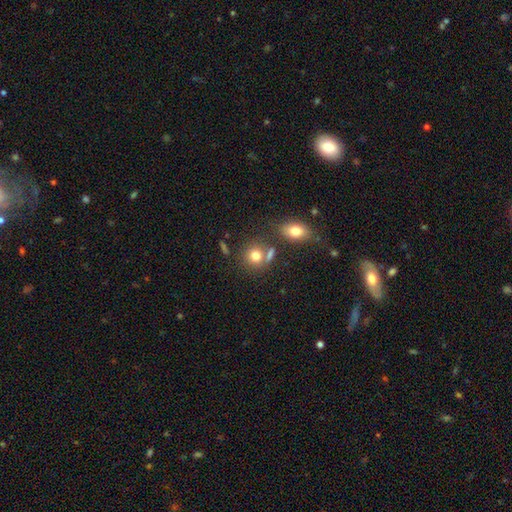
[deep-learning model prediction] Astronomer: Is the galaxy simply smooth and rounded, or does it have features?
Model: smooth — 78%.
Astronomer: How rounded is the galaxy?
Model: round — 77%.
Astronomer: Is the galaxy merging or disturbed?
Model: none — 63%.